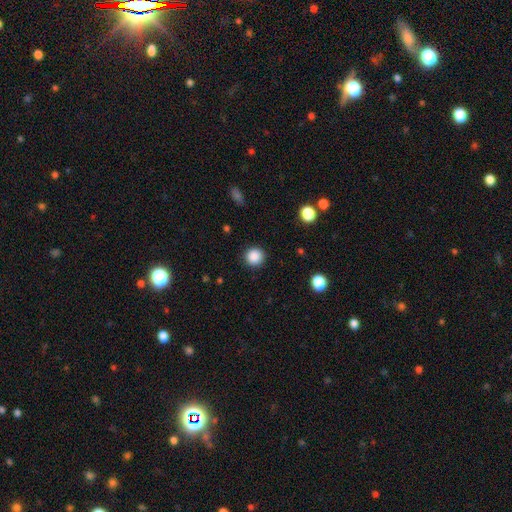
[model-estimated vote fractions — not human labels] Smooth or featured: smooth — 87% (star or artifact — 10%)
How rounded: round — 93% (in between — 6%)
Merging: none — 91% (minor disturbance — 6%)